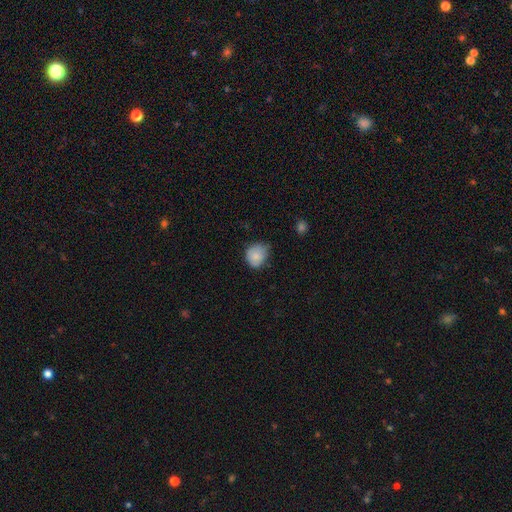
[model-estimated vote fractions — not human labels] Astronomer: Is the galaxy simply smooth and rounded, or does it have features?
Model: smooth — 83%.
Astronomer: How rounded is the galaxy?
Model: round — 67%.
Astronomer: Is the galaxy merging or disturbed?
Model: none — 54% (runner-up: minor disturbance, 38%).